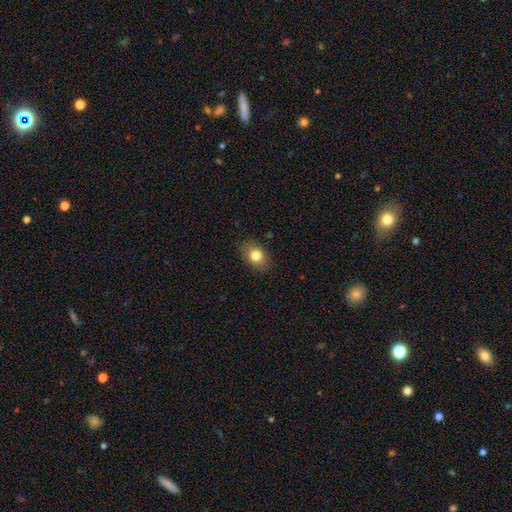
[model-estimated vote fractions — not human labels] The model was most divided on "how rounded": in between: 66%, round: 33%, cigar-shaped: 1%. More confident: merging — none (84%); smooth or featured — smooth (81%).